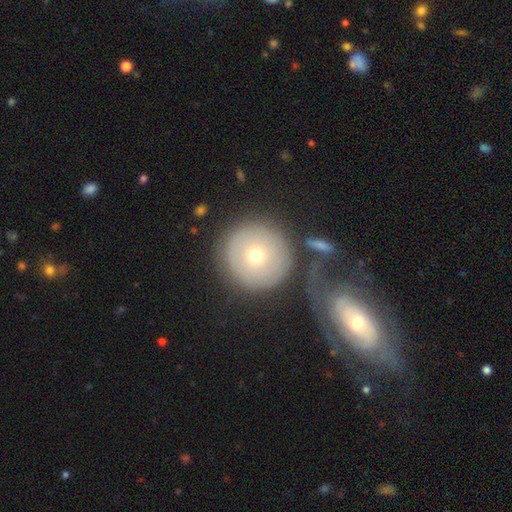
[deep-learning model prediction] Morphology: type=smooth (61%); roundness=round (95%); merging=none (72%).